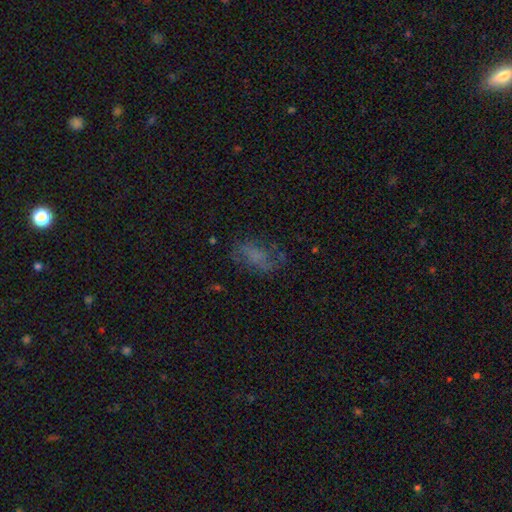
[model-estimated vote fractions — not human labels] Smooth or featured? smooth (49%)
Merging? none (55%)